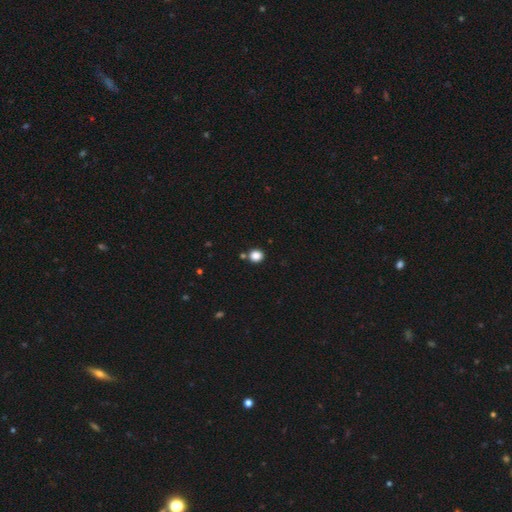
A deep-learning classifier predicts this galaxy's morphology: A smooth galaxy with no disk features (85%) that is round (85%).

Vote fractions:
- Smooth or featured? smooth: 85% / star or artifact: 11% / featured or disk: 4%
- How rounded? round: 85% / in between: 14% / cigar-shaped: 1%
- Merging? none: 83% / merger: 8% / minor disturbance: 7% / major disturbance: 2%